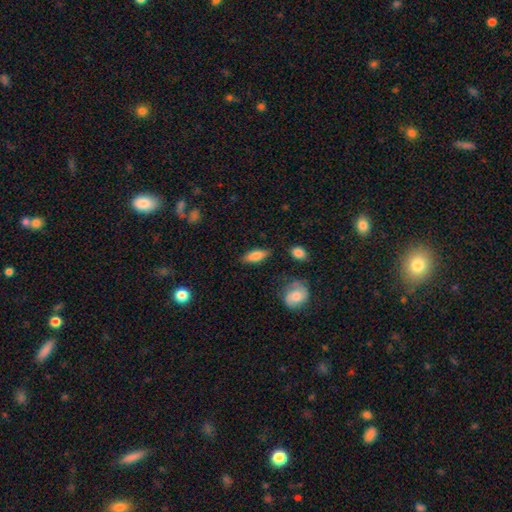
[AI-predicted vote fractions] A smooth galaxy with no disk features (74%) that is in between round and cigar-shaped (68%).

Vote fractions:
- Smooth or featured? smooth: 74% / featured or disk: 20% / star or artifact: 7%
- How rounded? in between: 68% / cigar-shaped: 29% / round: 3%
- Merging? none: 81% / minor disturbance: 13% / major disturbance: 3% / merger: 2%